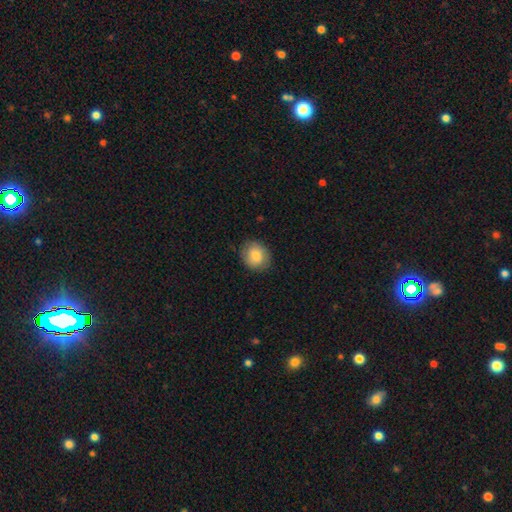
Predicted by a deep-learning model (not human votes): smooth-or-featured: smooth: 84% | featured or disk: 8% | star or artifact: 7%
  how-rounded: round: 73% | in between: 26% | cigar-shaped: 1%
  merging: none: 85% | minor disturbance: 11% | major disturbance: 3% | merger: 1%